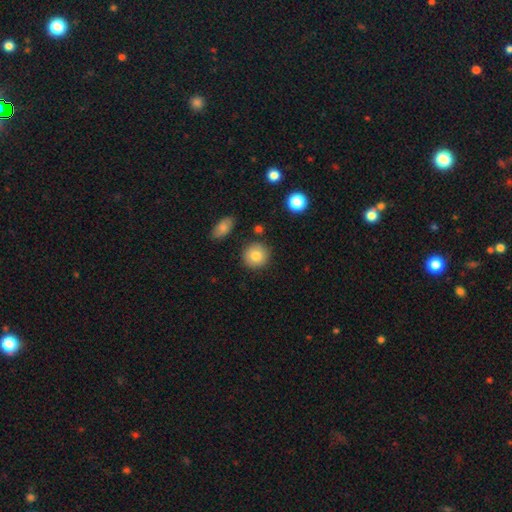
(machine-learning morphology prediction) type=smooth (82%); roundness=round (92%); merging=none (88%).